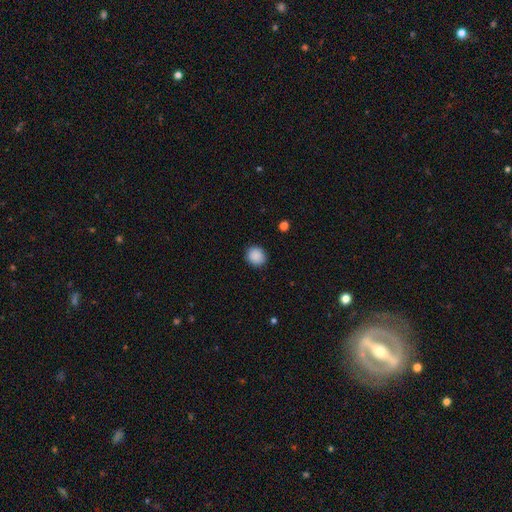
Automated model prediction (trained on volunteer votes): smooth 89%, star or artifact 8%, featured or disk 3%. Down the decision tree: how rounded — round (80%); merging — none (89%).